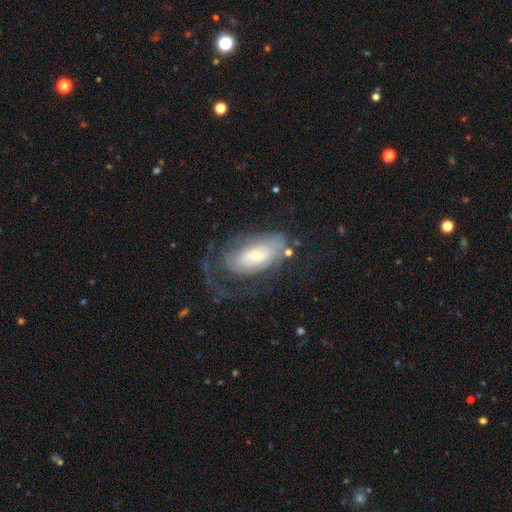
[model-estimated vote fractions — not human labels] A featured or disk galaxy (67%) with no bar (70%), spiral arms (73%) and a small central bulge (60%).

Vote fractions:
- Smooth or featured? featured or disk: 67% / smooth: 26% / star or artifact: 7%
- Edge-on disk? no: 91% / yes: 9%
- Bar? no: 70% / weak: 23% / strong: 7%
- Spiral arms? yes: 73% / no: 27%
- Bulge size? small: 60% / moderate: 32% / large: 4% / none: 2% / dominant: 1%
- Merging? none: 43% / major disturbance: 34% / minor disturbance: 21% / merger: 3%